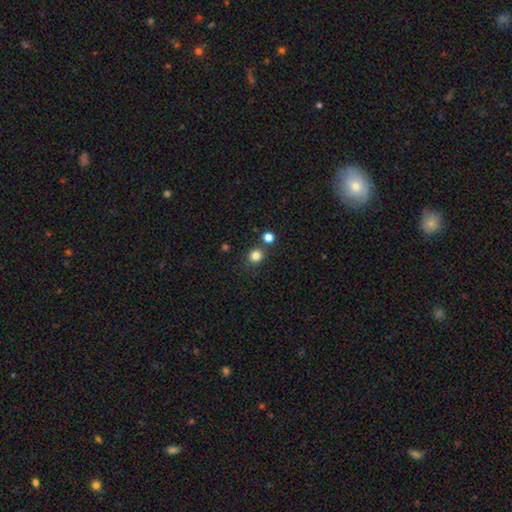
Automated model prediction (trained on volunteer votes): Smooth or featured? Predicted: smooth (p=0.82). How rounded? Predicted: round (p=0.86). Merging? Predicted: none (p=0.77).